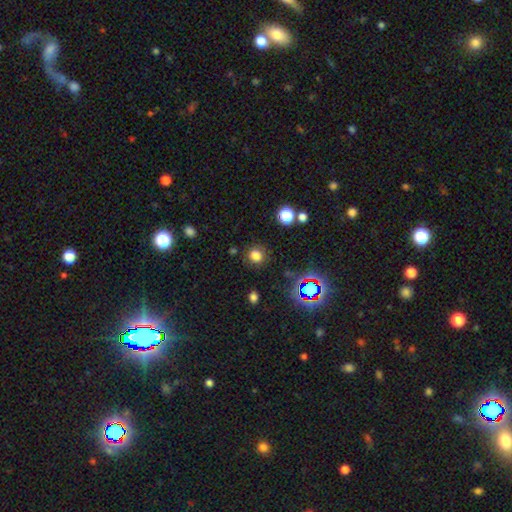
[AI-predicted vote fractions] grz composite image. It shows a smooth galaxy with no disk features (75%) that is round (90%). Merging: none (87%).